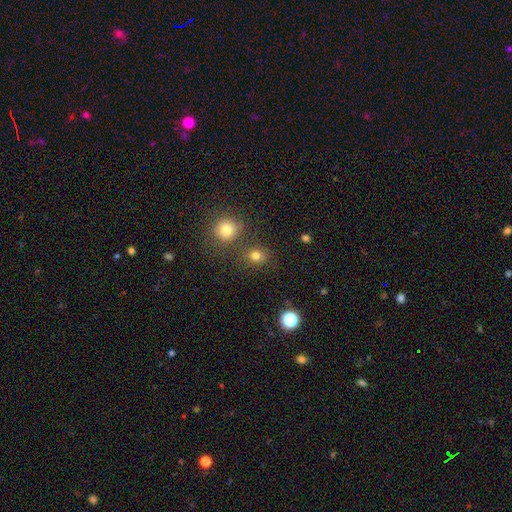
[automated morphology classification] Overall: smooth (76%). How rounded: round (74%). Merging: none (76%).